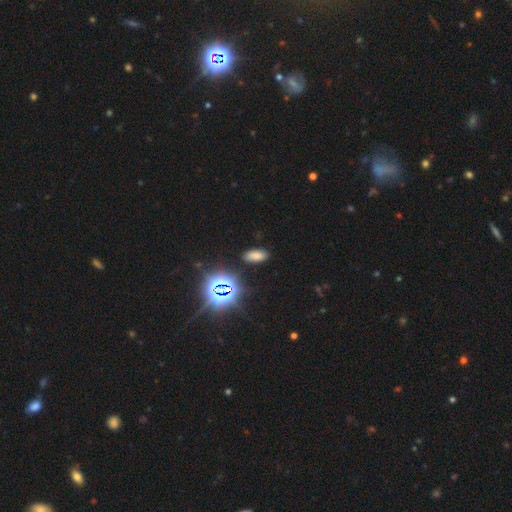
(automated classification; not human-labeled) The model was most divided on "smooth or featured": smooth: 66%, star or artifact: 27%, featured or disk: 6%. More confident: how rounded — in between (87%); merging — none (87%).